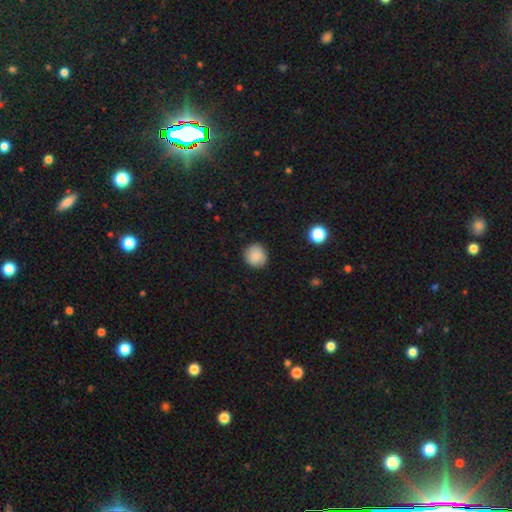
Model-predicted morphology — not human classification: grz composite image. It shows a smooth galaxy with no disk features (87%) that is round (90%). Merging: none (89%).